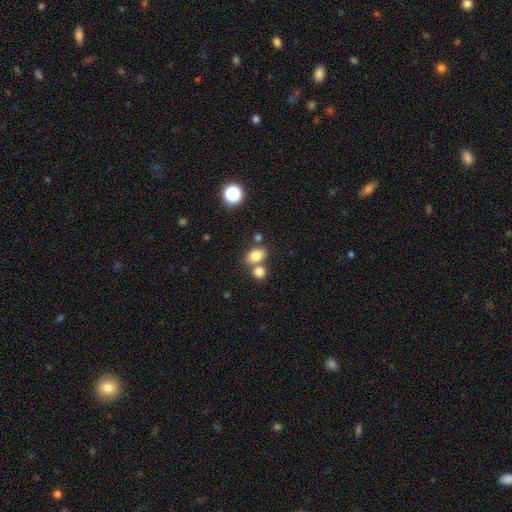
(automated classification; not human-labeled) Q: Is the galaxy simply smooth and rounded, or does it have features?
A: smooth — 79%.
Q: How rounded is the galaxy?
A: in between — 69%.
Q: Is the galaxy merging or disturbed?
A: none — 53%.